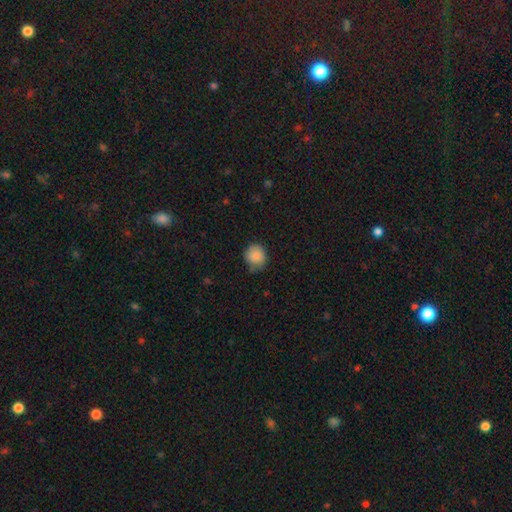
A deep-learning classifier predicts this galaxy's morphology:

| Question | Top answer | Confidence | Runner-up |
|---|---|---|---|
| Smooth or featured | smooth | 87% | star or artifact (8%) |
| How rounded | round | 87% | in between (12%) |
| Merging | none | 74% | minor disturbance (21%) |